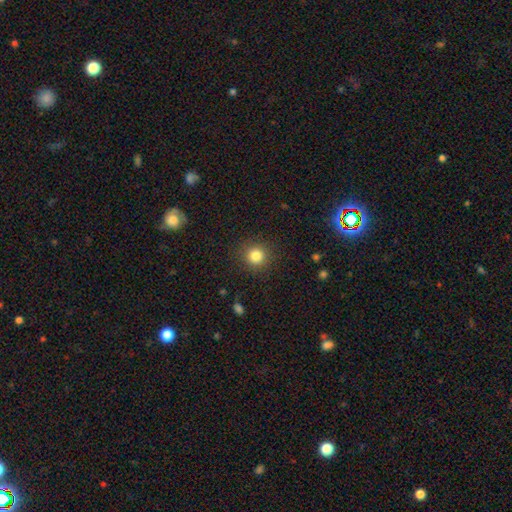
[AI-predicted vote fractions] Smooth or featured? Predicted: smooth (p=0.83). How rounded? Predicted: round (p=0.93). Merging? Predicted: none (p=0.90).